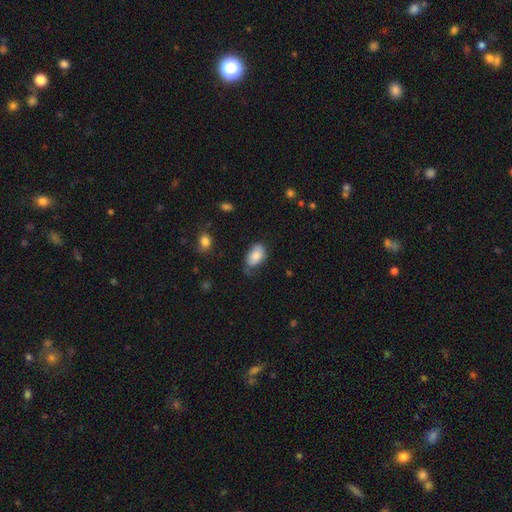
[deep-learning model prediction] Smooth or featured?
  - smooth: 83% *
  - featured or disk: 10%
  - star or artifact: 7%
How rounded?
  - in between: 93% *
  - round: 6%
  - cigar-shaped: 1%
Merging?
  - none: 54% *
  - minor disturbance: 33%
  - major disturbance: 10%
  - merger: 2%